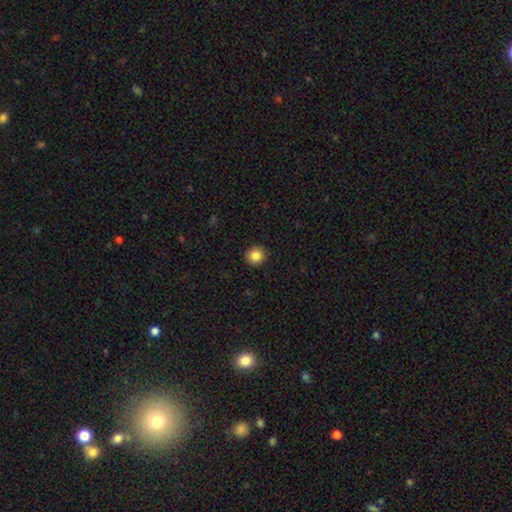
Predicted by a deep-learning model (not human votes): A smooth galaxy with no disk features (85%) that is round (92%).

Vote fractions:
- Smooth or featured? smooth: 85% / star or artifact: 10% / featured or disk: 6%
- How rounded? round: 92% / in between: 7% / cigar-shaped: 1%
- Merging? none: 92% / minor disturbance: 5% / major disturbance: 2% / merger: 1%